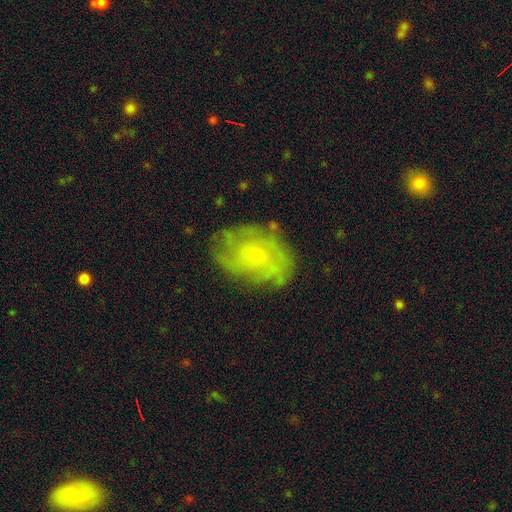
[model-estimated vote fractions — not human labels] Smooth or featured? featured or disk (60%)
Edge-on disk? no (96%)
Bar? no (76%)
Spiral arms? yes (72%)
Bulge size? small (65%)
Merging? none (71%)